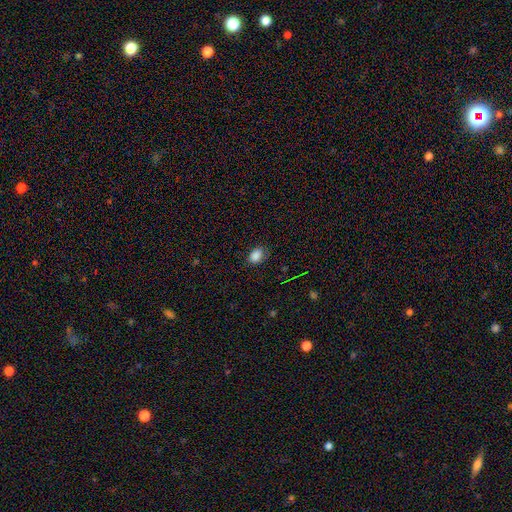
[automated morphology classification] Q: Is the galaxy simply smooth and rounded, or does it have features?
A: smooth — 86%.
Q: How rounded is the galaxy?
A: in between — 69%.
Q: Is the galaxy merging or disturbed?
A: none — 79%.